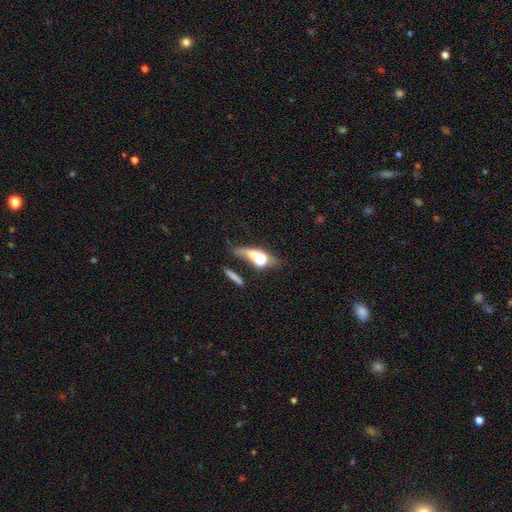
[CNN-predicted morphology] This is possibly a smooth galaxy (56%). How rounded: possibly in between (48%). Merging: marginally none (32%).